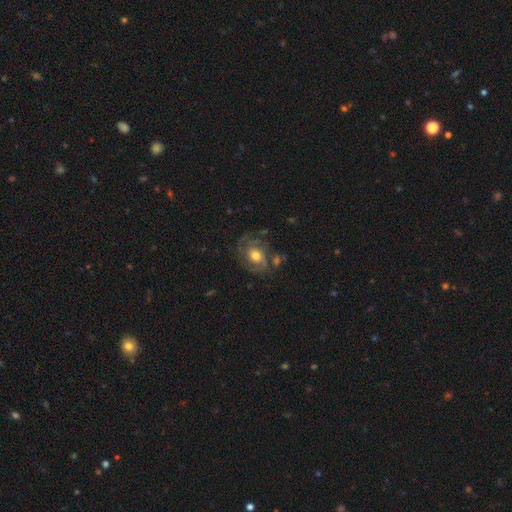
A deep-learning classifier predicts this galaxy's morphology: Overall: featured or disk (71%). Edge-on disk: no (97%). Bar: no (71%). Spiral arms: yes (86%). Spiral arm count: 2 (40%; can't tell 27%). Spiral winding: tight (47%; medium 40%). Bulge size: moderate (70%). Merging: none (61%).